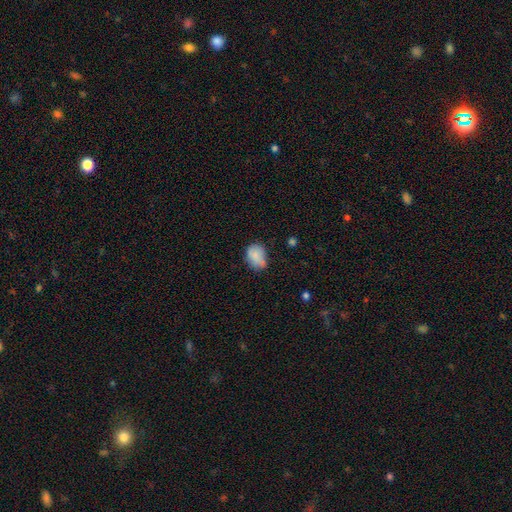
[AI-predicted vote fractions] smooth 82%, featured or disk 10%, star or artifact 9%. Down the decision tree: how rounded — in between (71%); merging — none (51%).